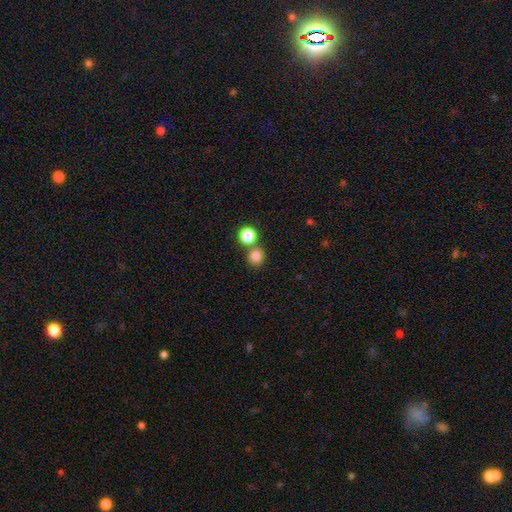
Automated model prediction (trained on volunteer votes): This appears to be a smooth galaxy with no disk features (81%) that is round (88%). Merging: none (67%).